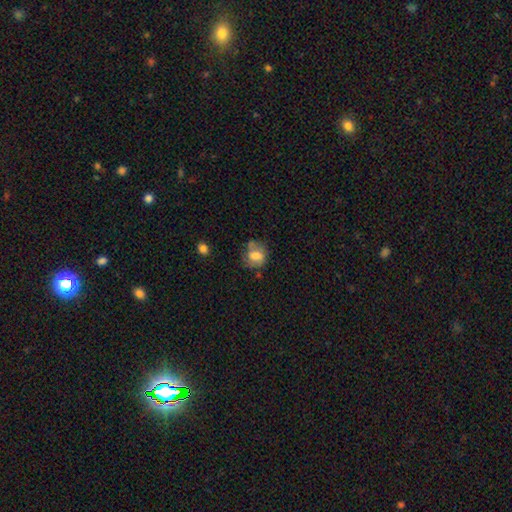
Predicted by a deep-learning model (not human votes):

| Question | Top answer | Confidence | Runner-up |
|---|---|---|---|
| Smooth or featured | smooth | 62% | featured or disk (29%) |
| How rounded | round | 62% | in between (36%) |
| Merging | none | 52% | minor disturbance (27%) |